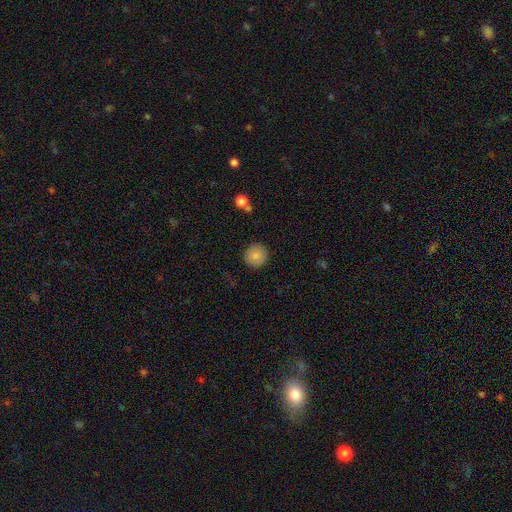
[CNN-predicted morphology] smooth 84%, star or artifact 8%, featured or disk 8%. Down the decision tree: how rounded — round (95%); merging — none (90%).